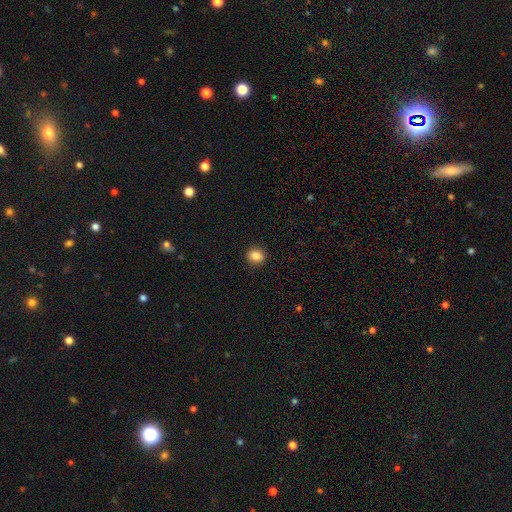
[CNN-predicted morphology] smooth 86%, star or artifact 10%, featured or disk 4%. Down the decision tree: how rounded — round (77%); merging — none (91%).